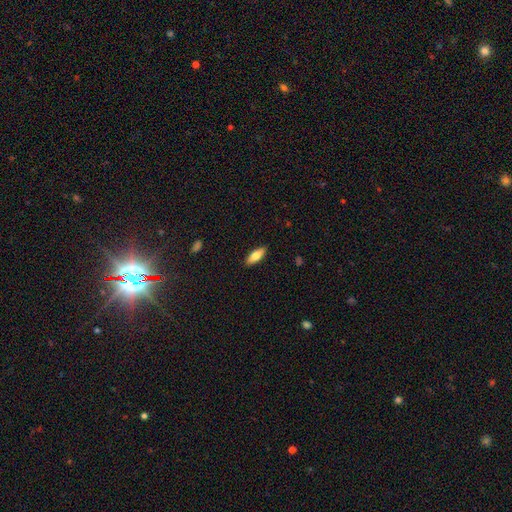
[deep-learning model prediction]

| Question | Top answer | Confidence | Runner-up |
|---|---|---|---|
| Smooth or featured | smooth | 74% | featured or disk (20%) |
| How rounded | in between | 66% | cigar-shaped (32%) |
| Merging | none | 89% | minor disturbance (8%) |